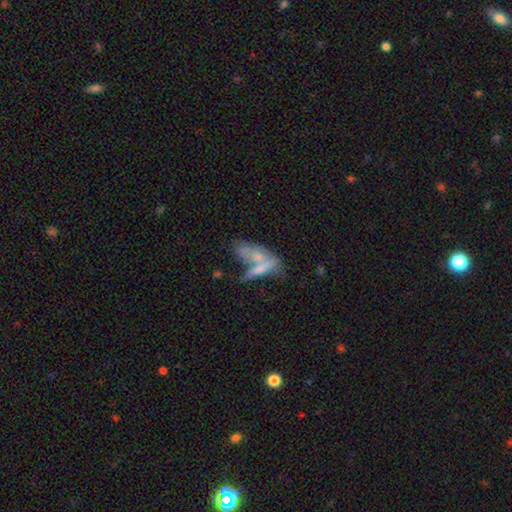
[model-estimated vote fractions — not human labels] Smooth or featured?
  - smooth: 62% *
  - featured or disk: 31%
  - star or artifact: 7%
How rounded?
  - in between: 56% *
  - cigar-shaped: 40%
  - round: 4%
Merging?
  - merger: 53% *
  - none: 29%
  - minor disturbance: 11%
  - major disturbance: 7%